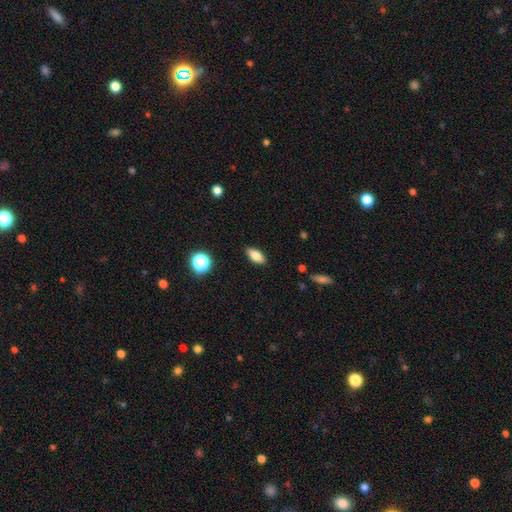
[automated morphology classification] The model was most divided on "smooth or featured": smooth: 79%, featured or disk: 12%, star or artifact: 9%. More confident: merging — none (89%); how rounded — in between (84%).